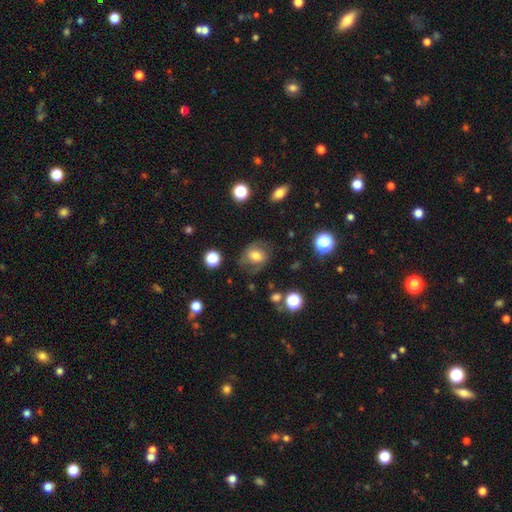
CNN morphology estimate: A smooth galaxy with no disk features (55%) that is round (54%). Merging: none (63%).